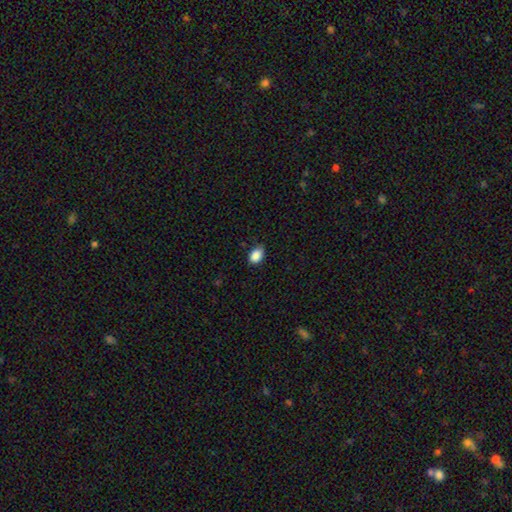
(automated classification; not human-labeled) Smooth or featured? smooth (88%)
How rounded? in between (82%)
Merging? none (79%)